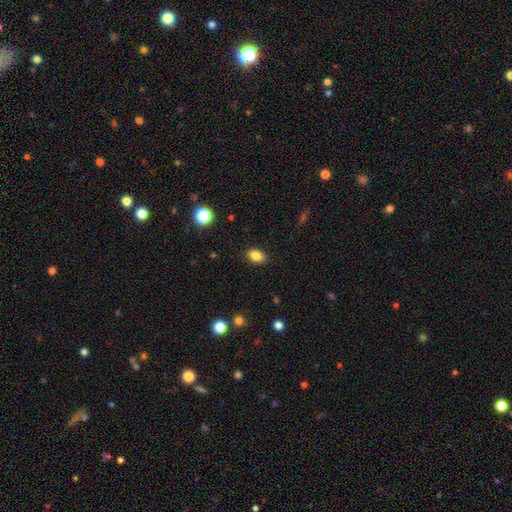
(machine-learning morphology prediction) A smooth galaxy with no disk features (83%) that is in between round and cigar-shaped (83%).

Vote fractions:
- Smooth or featured? smooth: 83% / star or artifact: 10% / featured or disk: 7%
- How rounded? in between: 83% / round: 15% / cigar-shaped: 2%
- Merging? none: 88% / minor disturbance: 8% / major disturbance: 2% / merger: 1%